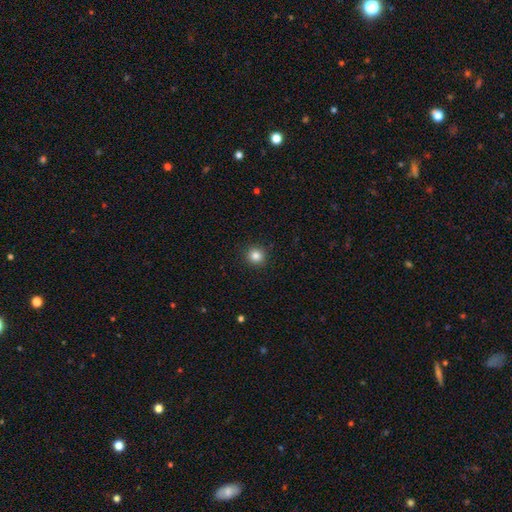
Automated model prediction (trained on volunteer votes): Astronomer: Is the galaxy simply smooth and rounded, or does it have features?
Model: smooth — 84%.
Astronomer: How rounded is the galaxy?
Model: round — 94%.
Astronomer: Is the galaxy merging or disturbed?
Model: none — 92%.